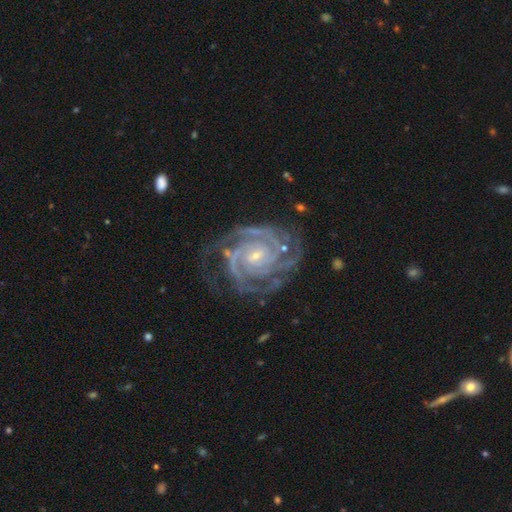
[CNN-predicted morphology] Q: Smooth or featured?
A: featured or disk (93%); runner-up: star or artifact (5%)
Q: Edge-on disk?
A: no (98%); runner-up: yes (2%)
Q: Bar?
A: no (60%); runner-up: weak (28%)
Q: Spiral arms?
A: yes (99%); runner-up: no (1%)
Q: Spiral winding?
A: tight (76%); runner-up: medium (22%)
Q: Spiral arm count?
A: 3 (29%); runner-up: 2 (25%)
Q: Bulge size?
A: small (78%); runner-up: moderate (18%)
Q: Merging?
A: none (72%); runner-up: minor disturbance (18%)